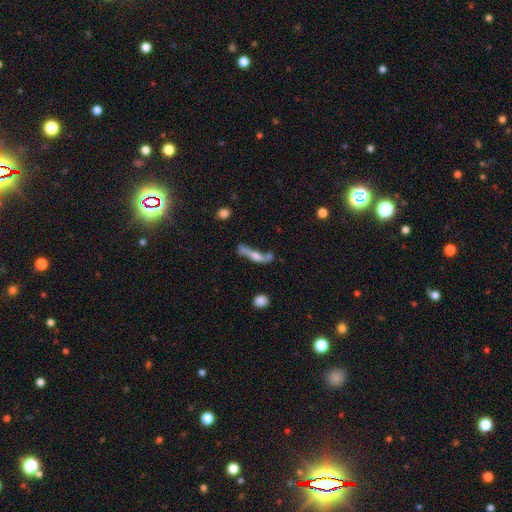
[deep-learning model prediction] This is likely a featured or disk galaxy (63%). It is possibly viewed edge-on (59%). Merging: marginally none (44%).